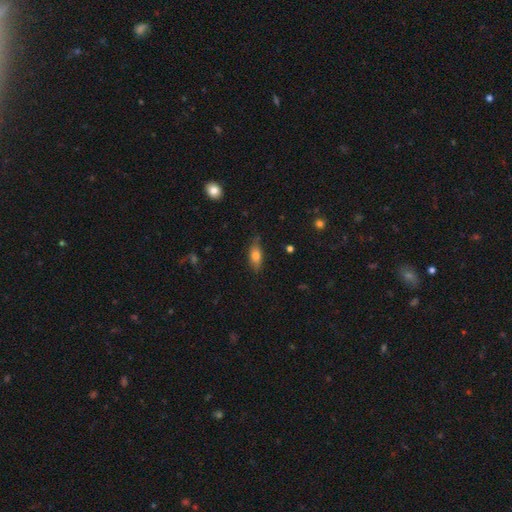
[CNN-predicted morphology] Smooth or featured? smooth (73%)
How rounded? in between (75%)
Merging? none (75%)